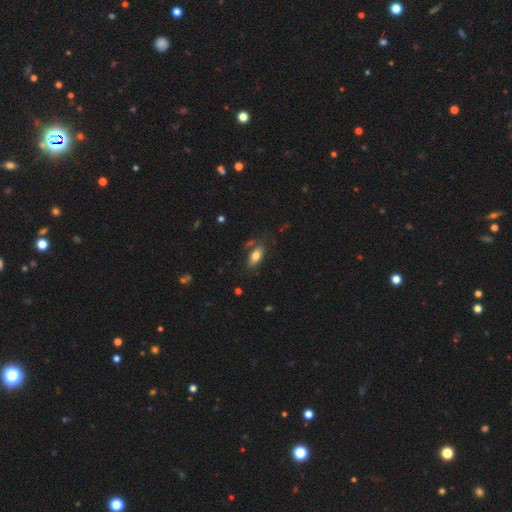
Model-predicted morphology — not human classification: Smooth or featured? Predicted: smooth (p=0.77). How rounded? Predicted: in between (p=0.86). Merging? Predicted: none (p=0.69).